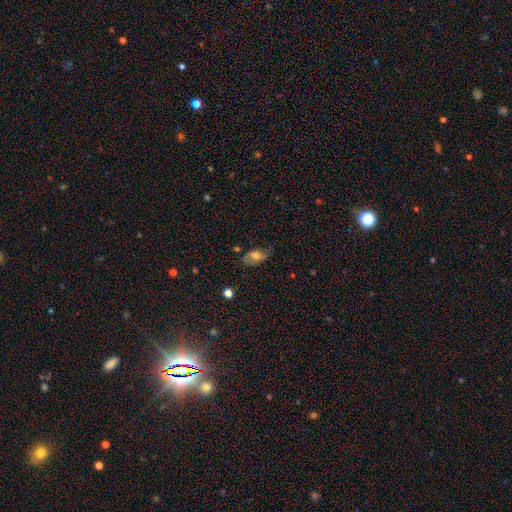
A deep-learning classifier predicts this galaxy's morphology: Smooth or featured? smooth (62%)
How rounded? in between (90%)
Merging? none (65%)